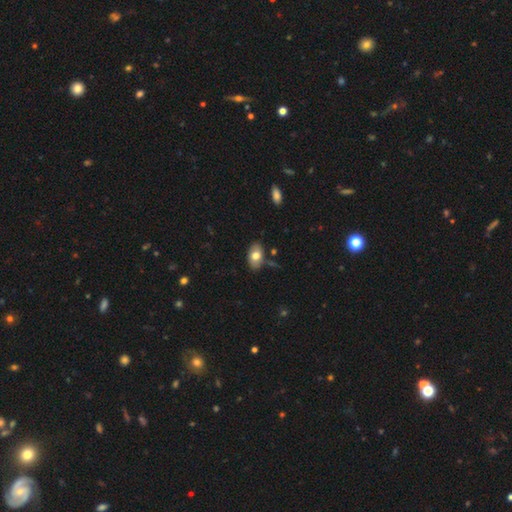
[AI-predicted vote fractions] Smooth or featured? smooth (74%)
How rounded? in between (91%)
Merging? none (76%)